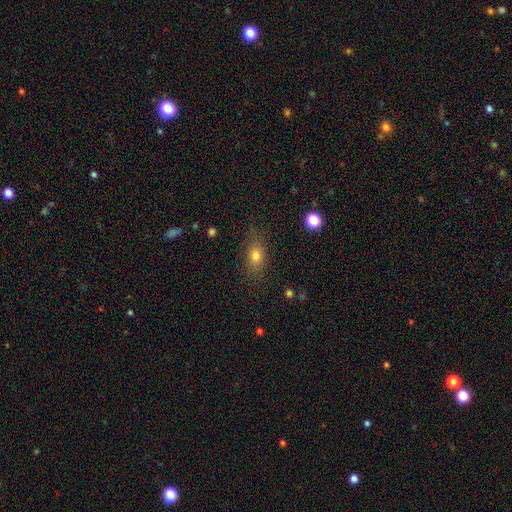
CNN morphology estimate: type=smooth (75%); roundness=in between (69%); merging=none (77%).